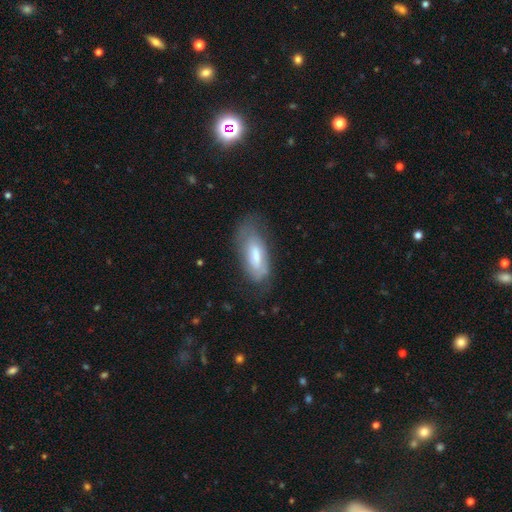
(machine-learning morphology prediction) Smooth or featured? Predicted: smooth (p=0.48). Merging? Predicted: none (p=0.58).